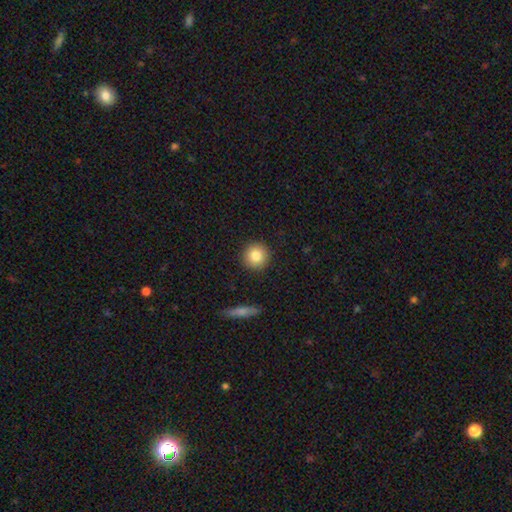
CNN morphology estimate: The model was most divided on "smooth or featured": smooth: 82%, featured or disk: 9%, star or artifact: 9%. More confident: how rounded — round (94%); merging — none (91%).